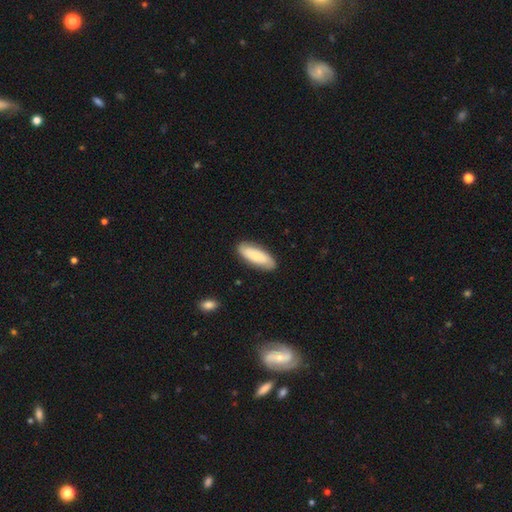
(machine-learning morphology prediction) Smooth or featured? smooth (75%)
How rounded? in between (66%)
Merging? none (87%)